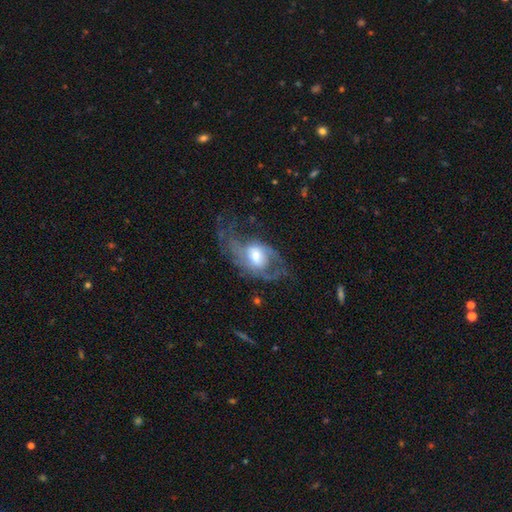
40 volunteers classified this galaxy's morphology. Smooth or featured: featured or disk — 72% (smooth — 20%)
Edge-on disk: no — 97% (yes — 3%)
Bar: no — 54% (weak — 43%)
Spiral arms: yes — 75% (no — 25%)
Spiral winding: medium — 48% (loose — 43%)
Spiral arm count: 2 — 62% (1 — 29%)
Bulge size: moderate — 79% (large — 18%)
Merging: major disturbance — 54% (minor disturbance — 24%)